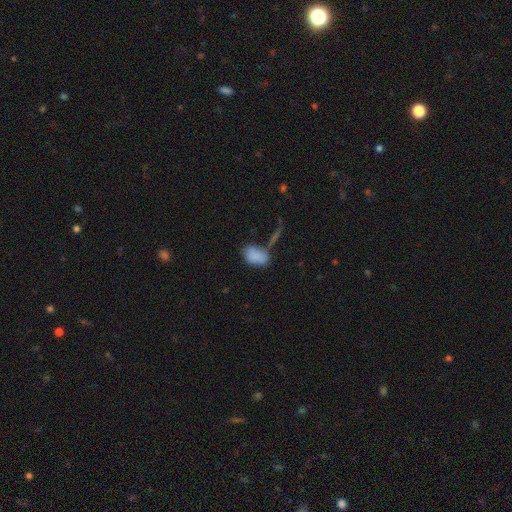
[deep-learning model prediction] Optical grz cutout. It shows a smooth galaxy with no disk features (83%) that is in between round and cigar-shaped (90%). Merging: none (50%).